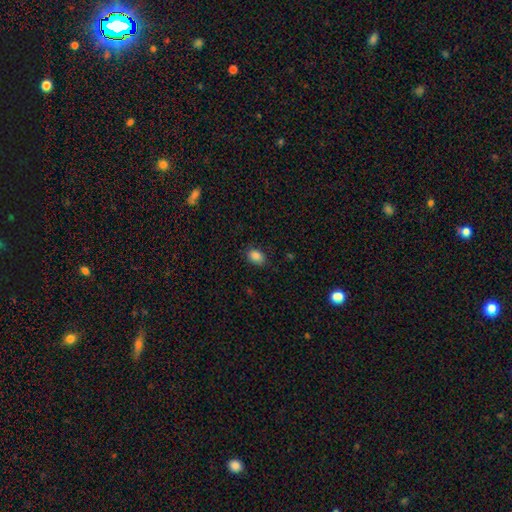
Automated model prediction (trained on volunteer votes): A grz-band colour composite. It shows a smooth galaxy with no disk features (87%) that is in between round and cigar-shaped (77%). Merging: none (84%).